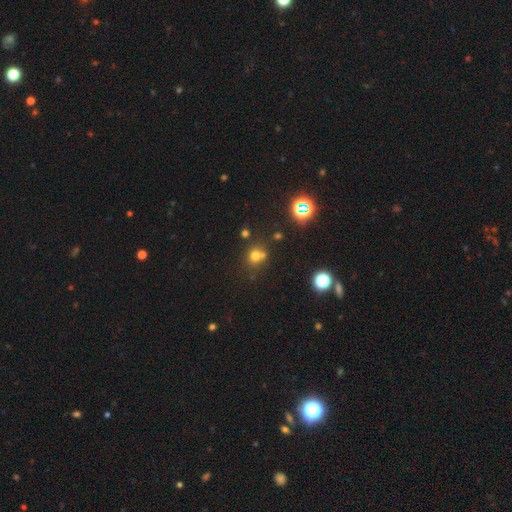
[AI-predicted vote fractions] Morphology: type=smooth (67%); roundness=round (81%); merging=none (58%).